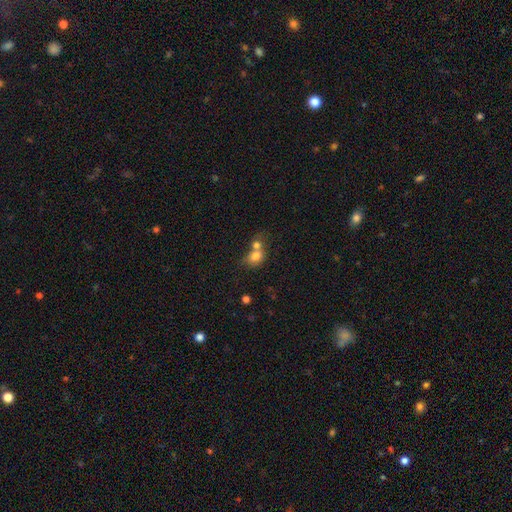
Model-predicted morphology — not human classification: Smooth or featured: smooth — 75% (featured or disk — 14%)
How rounded: in between — 52% (round — 46%)
Merging: merger — 66% (none — 22%)